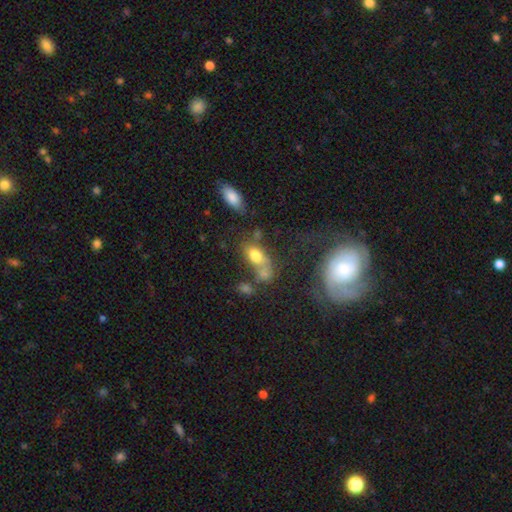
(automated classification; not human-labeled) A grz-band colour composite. It shows a smooth galaxy with no disk features (71%) that is in between round and cigar-shaped (82%). Merging: merger (36%).